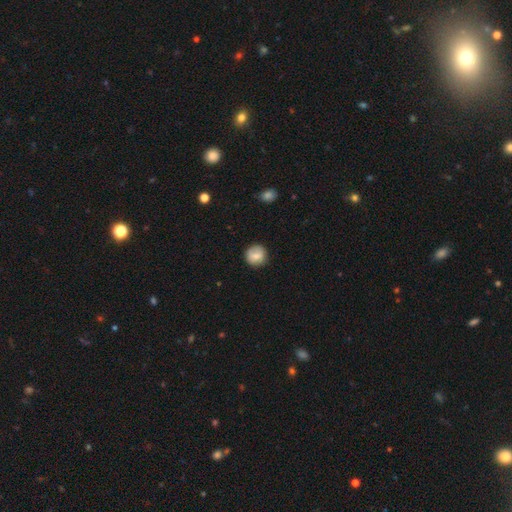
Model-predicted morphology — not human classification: smooth-or-featured: smooth: 73% | featured or disk: 19% | star or artifact: 8%
  how-rounded: round: 91% | in between: 8% | cigar-shaped: 1%
  merging: none: 82% | minor disturbance: 13% | major disturbance: 3% | merger: 2%